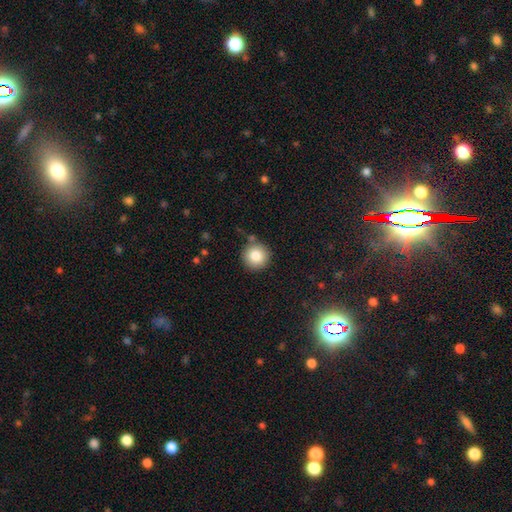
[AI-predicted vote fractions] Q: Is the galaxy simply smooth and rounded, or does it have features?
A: smooth — 82%.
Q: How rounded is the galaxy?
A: round — 95%.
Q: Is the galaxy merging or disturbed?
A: none — 85%.